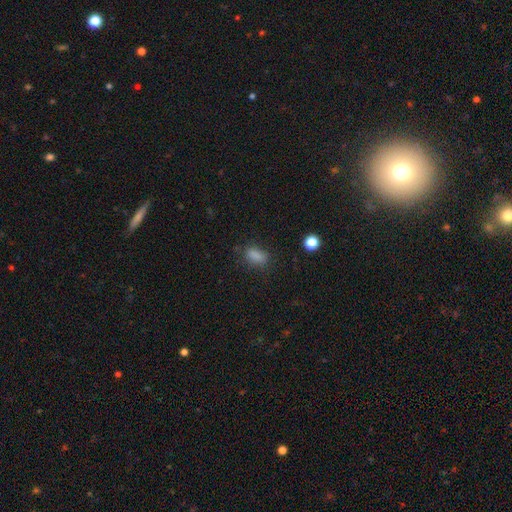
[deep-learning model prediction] Morphology: type=smooth (81%); roundness=in between (80%); merging=none (72%).